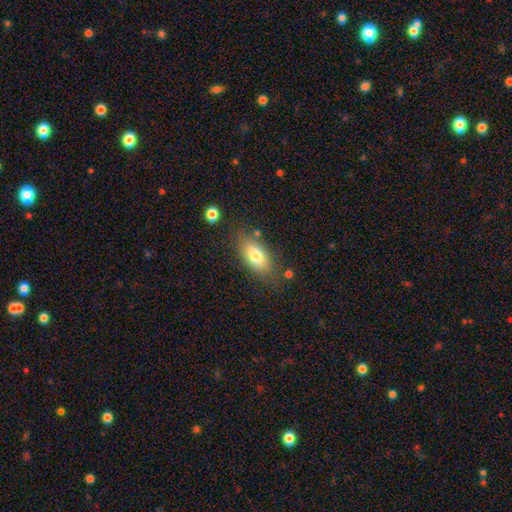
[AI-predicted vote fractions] Smooth or featured? smooth (78%)
How rounded? in between (87%)
Merging? none (76%)